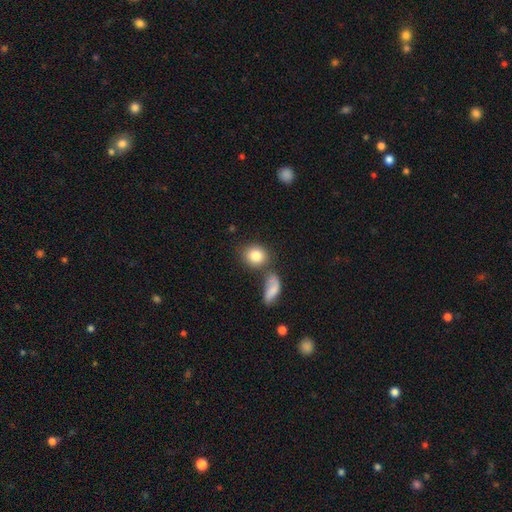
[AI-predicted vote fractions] smooth 83%, star or artifact 9%, featured or disk 8%. Down the decision tree: how rounded — round (70%); merging — none (62%).